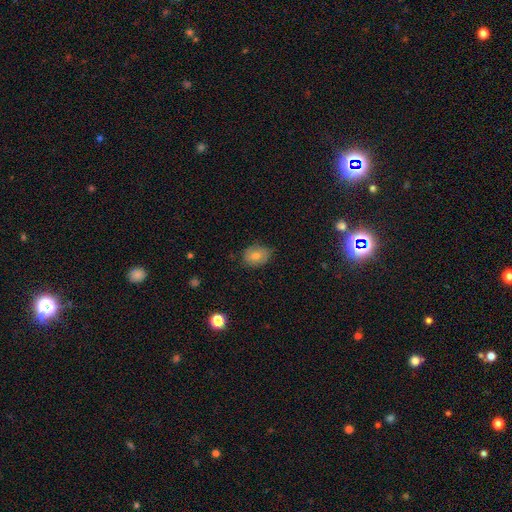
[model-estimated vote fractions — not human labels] smooth-or-featured: smooth: 72% | featured or disk: 17% | star or artifact: 11%
  how-rounded: in between: 59% | round: 39% | cigar-shaped: 1%
  merging: none: 76% | minor disturbance: 20% | major disturbance: 3% | merger: 1%